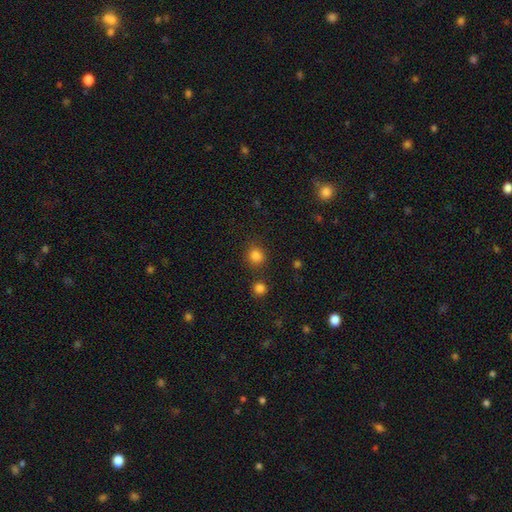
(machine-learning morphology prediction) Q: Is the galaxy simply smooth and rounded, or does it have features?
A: smooth — 83%.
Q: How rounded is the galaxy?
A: round — 87%.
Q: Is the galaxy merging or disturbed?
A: none — 80%.